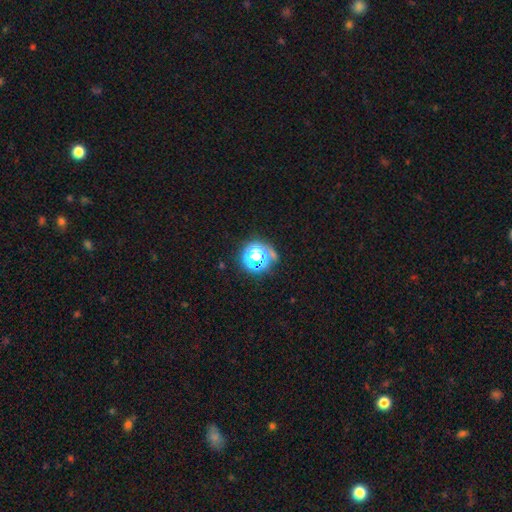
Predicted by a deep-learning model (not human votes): star or artifact 45%, smooth 44%, featured or disk 11%.